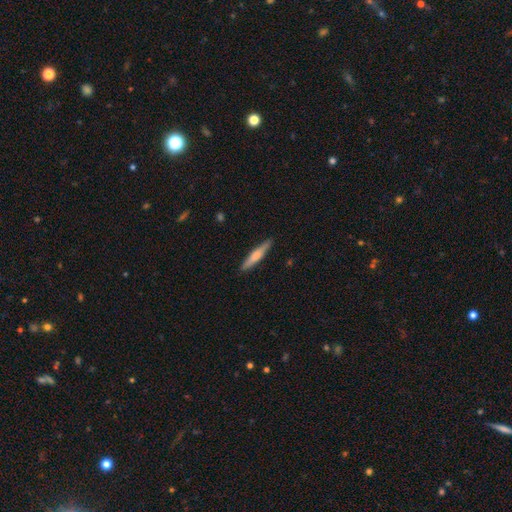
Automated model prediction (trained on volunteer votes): Smooth or featured: smooth — 55% (featured or disk — 40%)
How rounded: cigar-shaped — 90% (in between — 8%)
Merging: none — 89% (minor disturbance — 8%)